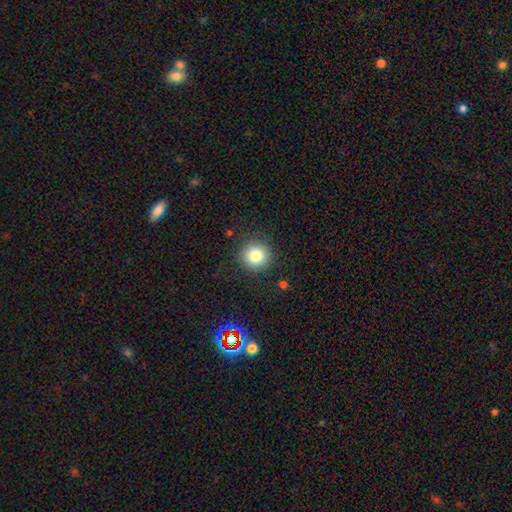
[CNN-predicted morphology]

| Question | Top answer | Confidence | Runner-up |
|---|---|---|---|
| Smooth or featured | smooth | 81% | star or artifact (12%) |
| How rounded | round | 94% | in between (5%) |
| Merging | none | 89% | minor disturbance (7%) |